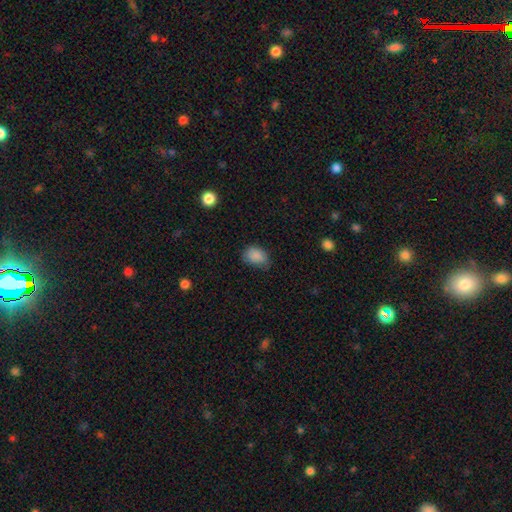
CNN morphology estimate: smooth 86%, star or artifact 9%, featured or disk 5%. Down the decision tree: how rounded — in between (73%); merging — none (60%).